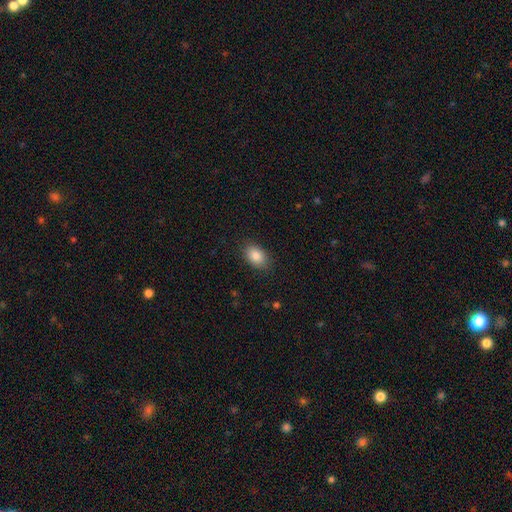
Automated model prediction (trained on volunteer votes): smooth-or-featured: smooth: 86% | star or artifact: 8% | featured or disk: 7%
  how-rounded: in between: 88% | round: 11% | cigar-shaped: 1%
  merging: none: 86% | minor disturbance: 10% | major disturbance: 3% | merger: 1%